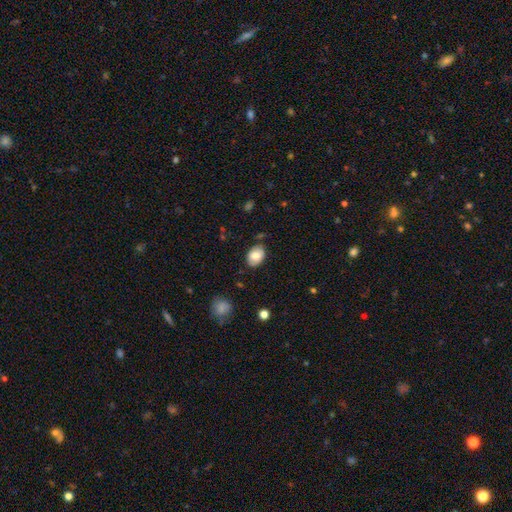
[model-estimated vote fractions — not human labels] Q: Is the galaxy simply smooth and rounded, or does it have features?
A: smooth — 78%.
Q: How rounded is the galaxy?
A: in between — 76%.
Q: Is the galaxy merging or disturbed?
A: none — 77%.